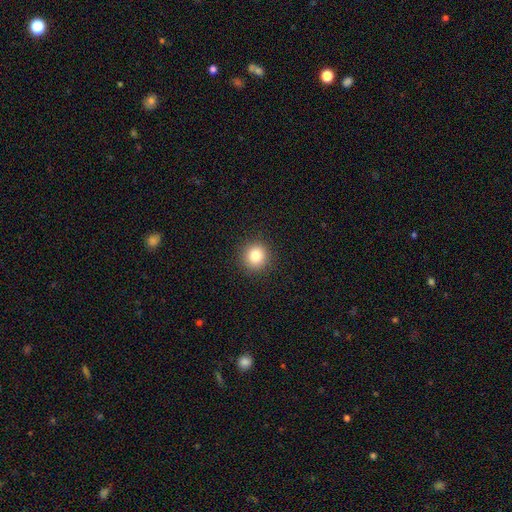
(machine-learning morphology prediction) Q: Smooth or featured?
A: smooth (82%); runner-up: star or artifact (12%)
Q: How rounded?
A: round (93%); runner-up: in between (6%)
Q: Merging?
A: none (92%); runner-up: minor disturbance (5%)